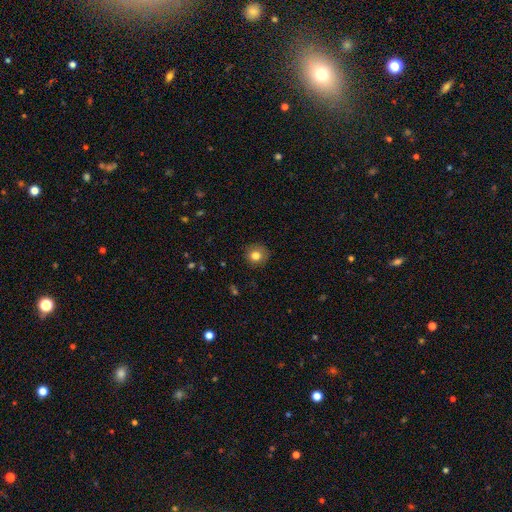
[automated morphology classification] A smooth galaxy with no disk features (80%) that is round (89%). Merging: none (87%).